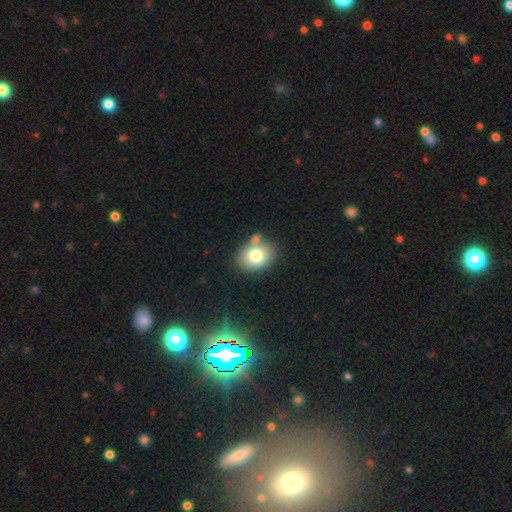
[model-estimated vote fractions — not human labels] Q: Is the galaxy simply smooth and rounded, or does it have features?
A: smooth — 77%.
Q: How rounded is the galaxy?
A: in between — 66%.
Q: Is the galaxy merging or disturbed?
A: none — 64%.